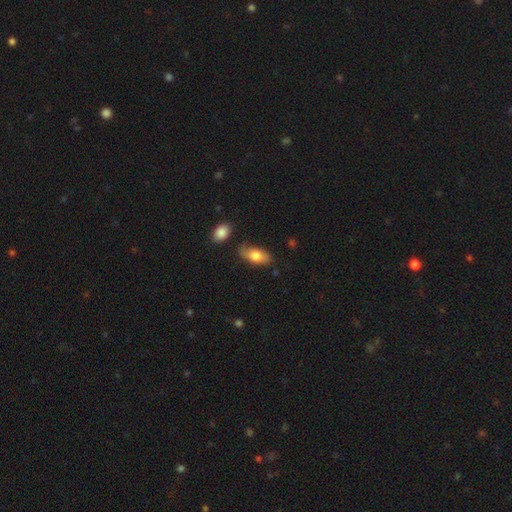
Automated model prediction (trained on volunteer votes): smooth_or_featured: smooth (p=0.77) [alt: featured or disk p=0.16]
how_rounded: in between (p=0.89) [alt: cigar-shaped p=0.08]
merging: none (p=0.72) [alt: minor disturbance p=0.20]